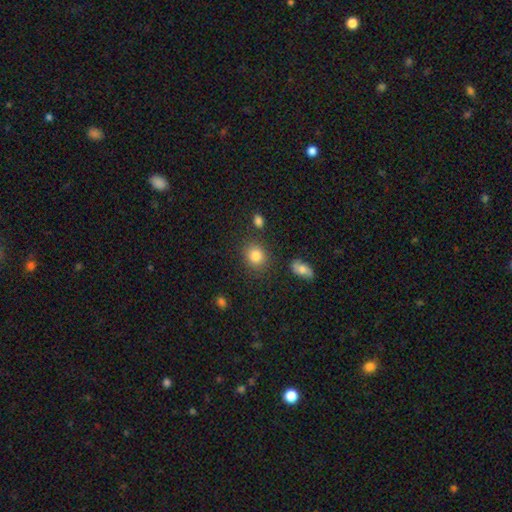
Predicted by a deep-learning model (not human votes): Smooth or featured? Predicted: smooth (p=0.84). How rounded? Predicted: round (p=0.69). Merging? Predicted: none (p=0.82).